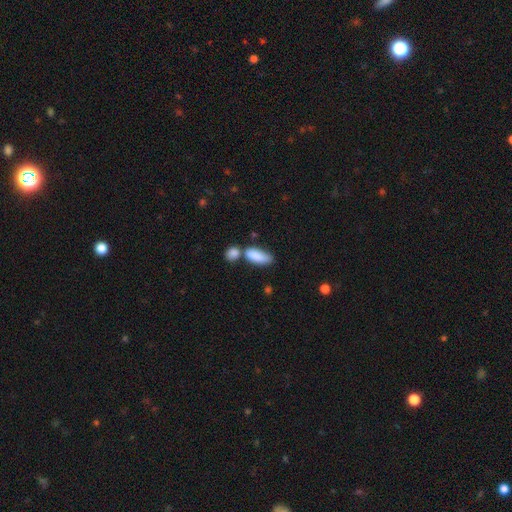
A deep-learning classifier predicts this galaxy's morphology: The model was most divided on "merging": none: 42%, merger: 35%, minor disturbance: 17%, major disturbance: 6%. More confident: smooth or featured — smooth (86%); how rounded — in between (78%).